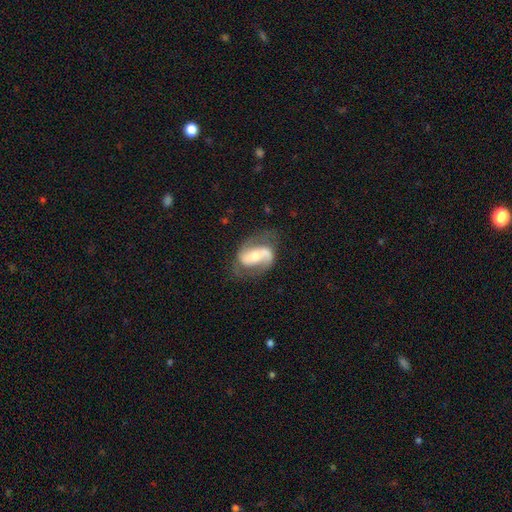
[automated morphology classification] A featured or disk galaxy (80%) with no bar (37%), 2 (84%) medium (44%) spiral arms (92%) and a moderate central bulge (55%). Merging: none (58%).